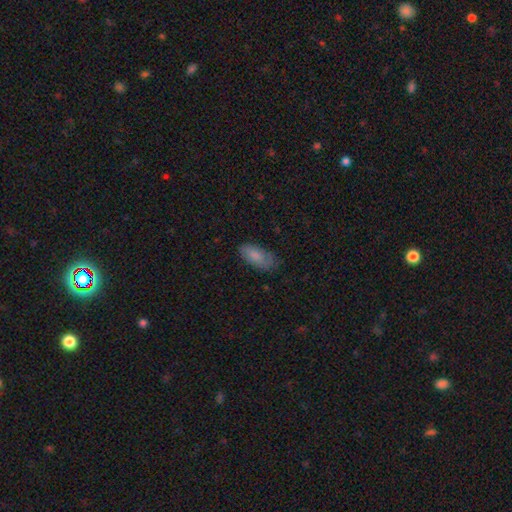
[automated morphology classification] type=smooth (81%); roundness=in between (88%); merging=none (72%).